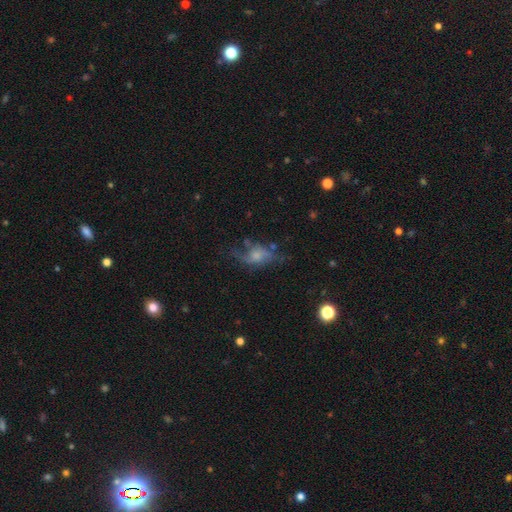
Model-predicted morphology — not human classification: A featured or disk galaxy (48%).

Vote fractions:
- Smooth or featured? featured or disk: 48% / smooth: 30% / star or artifact: 22%
- Merging? none: 54% / minor disturbance: 22% / major disturbance: 21% / merger: 3%